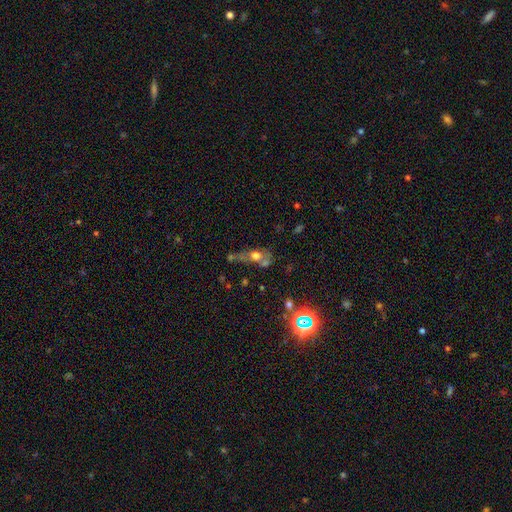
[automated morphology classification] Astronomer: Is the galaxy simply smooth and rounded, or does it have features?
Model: smooth — 54% (runner-up: featured or disk, 29%).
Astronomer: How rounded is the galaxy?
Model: round — 46% (runner-up: in between, 42%).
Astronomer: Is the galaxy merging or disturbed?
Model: merger — 45% (runner-up: none, 24%).